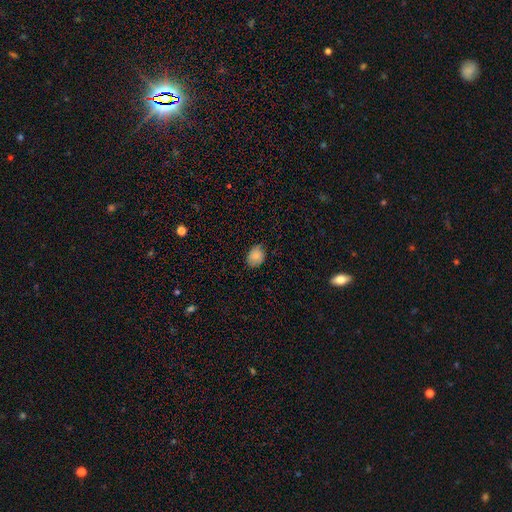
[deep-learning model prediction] Smooth or featured: smooth — 84% (star or artifact — 8%)
How rounded: in between — 57% (round — 42%)
Merging: none — 77% (minor disturbance — 19%)